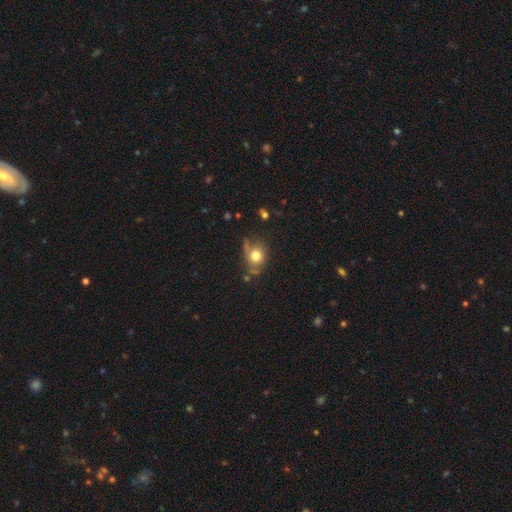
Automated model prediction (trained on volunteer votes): smooth-or-featured: smooth: 73% | featured or disk: 16% | star or artifact: 12%
  how-rounded: round: 62% | in between: 37% | cigar-shaped: 1%
  merging: none: 55% | minor disturbance: 25% | major disturbance: 11% | merger: 9%